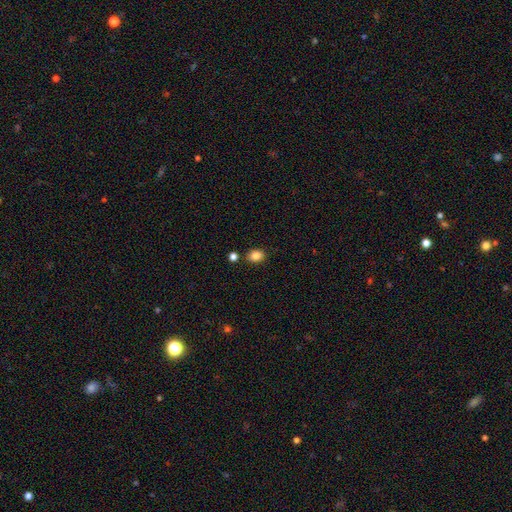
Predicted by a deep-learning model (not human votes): smooth 85%, star or artifact 10%, featured or disk 5%. Down the decision tree: how rounded — in between (63%); merging — none (82%).